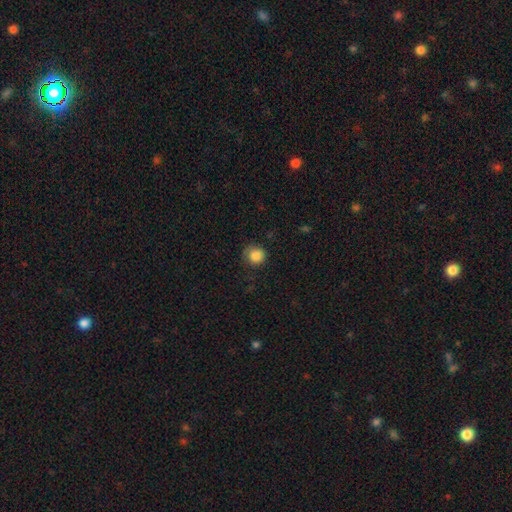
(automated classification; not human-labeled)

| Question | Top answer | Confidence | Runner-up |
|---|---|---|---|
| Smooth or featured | smooth | 85% | star or artifact (10%) |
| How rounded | round | 90% | in between (9%) |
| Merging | none | 75% | minor disturbance (19%) |